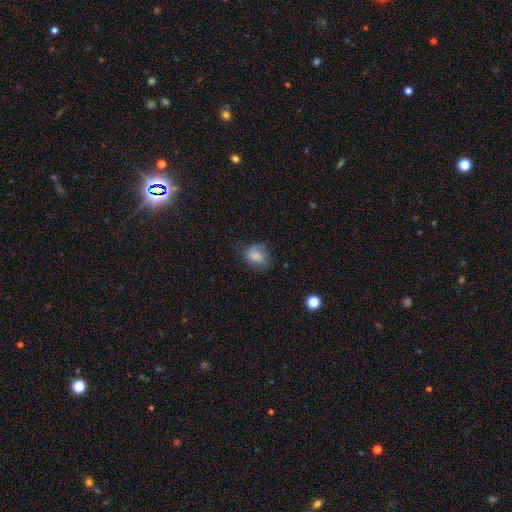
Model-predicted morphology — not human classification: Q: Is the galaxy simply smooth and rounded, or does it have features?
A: smooth — 72%.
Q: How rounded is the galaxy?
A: in between — 51%.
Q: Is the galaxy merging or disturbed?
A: none — 59%.